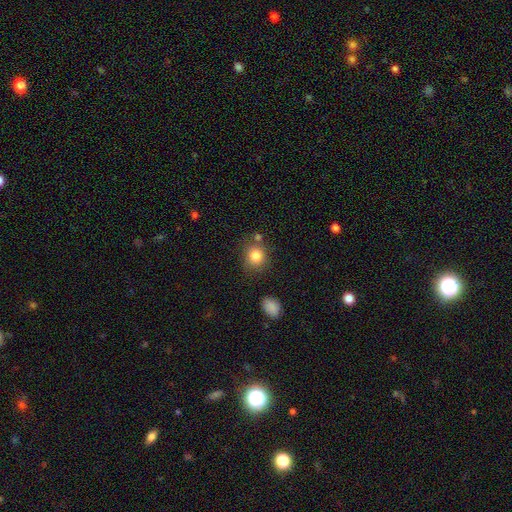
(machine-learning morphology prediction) A smooth galaxy with no disk features (83%) that is round (77%). Merging: none (71%).